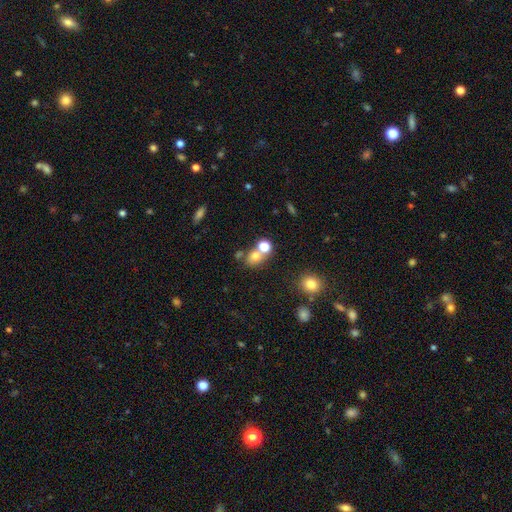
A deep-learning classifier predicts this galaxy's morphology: type=smooth (73%); roundness=round (64%); merging=none (49%).